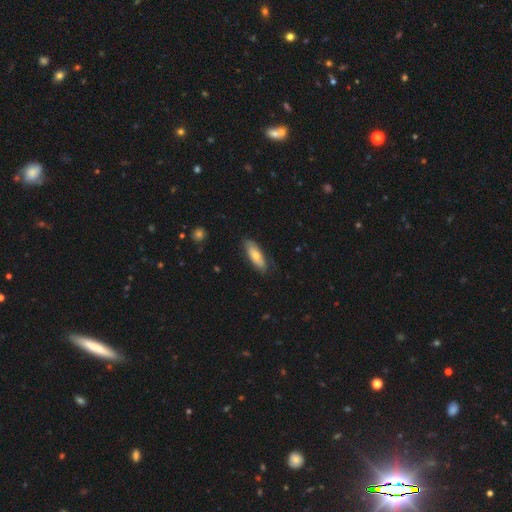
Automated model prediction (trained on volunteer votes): Smooth or featured?
  - smooth: 67% *
  - featured or disk: 27%
  - star or artifact: 6%
How rounded?
  - in between: 65% *
  - cigar-shaped: 34%
  - round: 2%
Merging?
  - none: 76% *
  - minor disturbance: 18%
  - major disturbance: 4%
  - merger: 1%